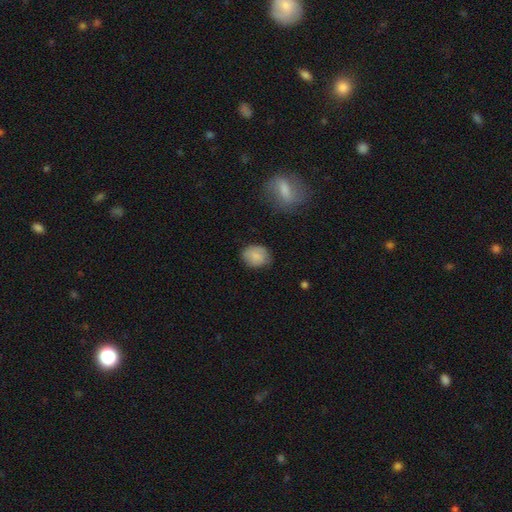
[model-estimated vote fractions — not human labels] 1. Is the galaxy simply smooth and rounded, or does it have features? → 81% smooth, 12% featured or disk, 7% star or artifact.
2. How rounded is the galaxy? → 53% round, 46% in between, 1% cigar-shaped.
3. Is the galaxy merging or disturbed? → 75% none, 19% minor disturbance, 4% major disturbance, 2% merger.